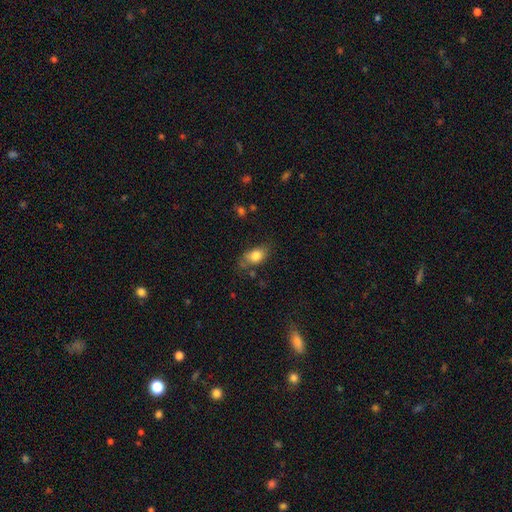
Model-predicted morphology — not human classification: Smooth or featured? Predicted: smooth (p=0.80). How rounded? Predicted: in between (p=0.82). Merging? Predicted: none (p=0.61).